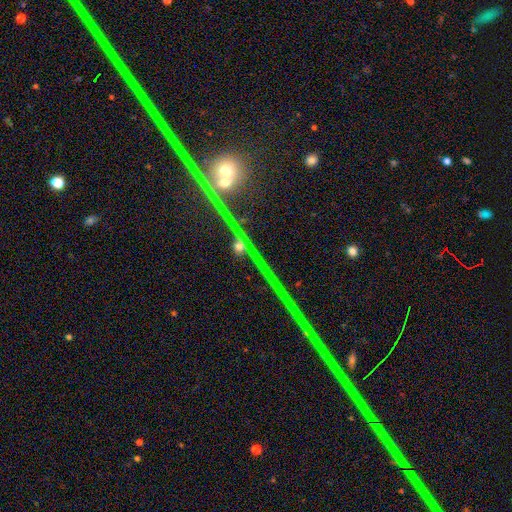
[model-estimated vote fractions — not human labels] Morphology: type=star or artifact (76%).